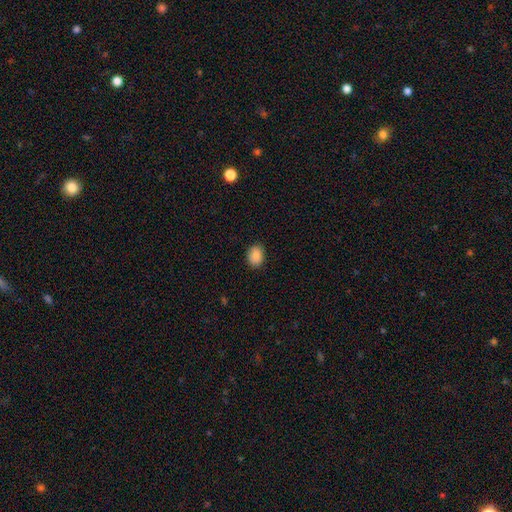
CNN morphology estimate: A smooth galaxy with no disk features (89%) that is in between round and cigar-shaped (74%).

Vote fractions:
- Smooth or featured? smooth: 89% / star or artifact: 8% / featured or disk: 3%
- How rounded? in between: 74% / round: 25% / cigar-shaped: 1%
- Merging? none: 88% / minor disturbance: 9% / major disturbance: 2% / merger: 1%